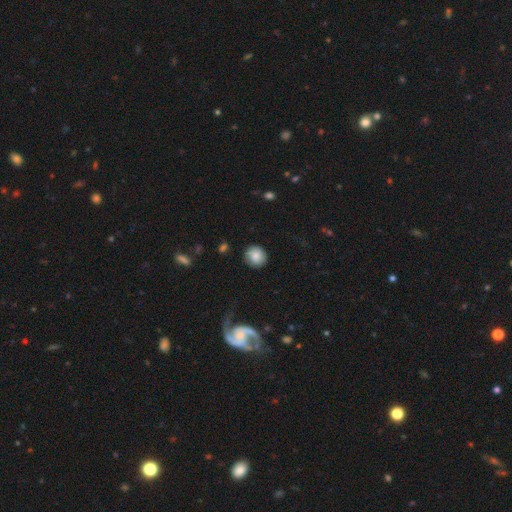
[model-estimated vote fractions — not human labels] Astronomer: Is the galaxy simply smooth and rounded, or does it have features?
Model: smooth — 80%.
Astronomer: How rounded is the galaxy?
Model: round — 87%.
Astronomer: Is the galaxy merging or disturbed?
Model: none — 83%.